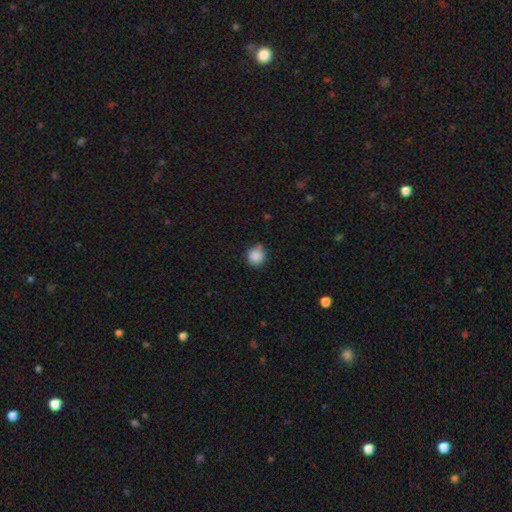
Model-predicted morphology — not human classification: A smooth galaxy with no disk features (87%) that is round (93%). Merging: none (80%).